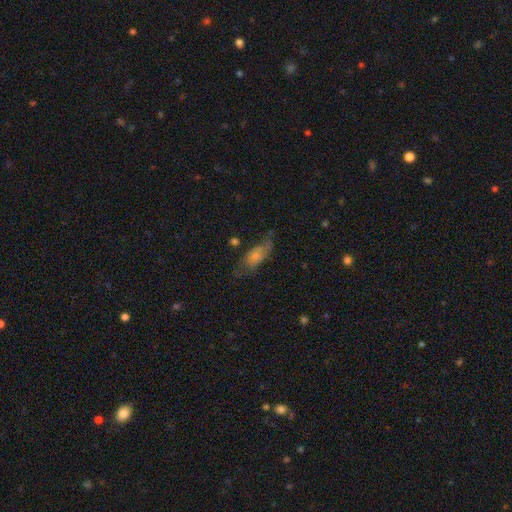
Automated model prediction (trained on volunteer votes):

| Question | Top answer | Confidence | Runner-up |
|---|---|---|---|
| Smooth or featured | smooth | 61% | featured or disk (30%) |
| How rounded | in between | 76% | cigar-shaped (19%) |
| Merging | none | 44% | minor disturbance (31%) |